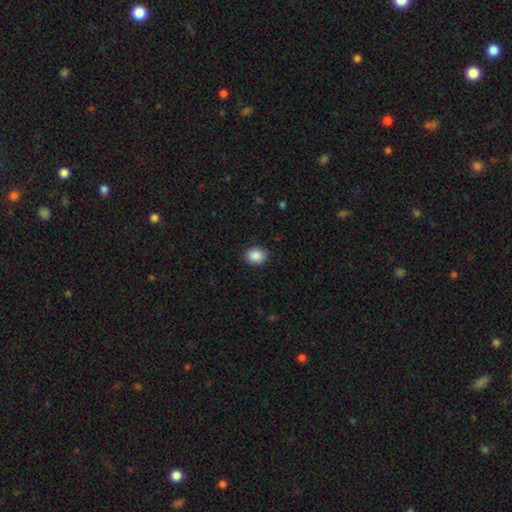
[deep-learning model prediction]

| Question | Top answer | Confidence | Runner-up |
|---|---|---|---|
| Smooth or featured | smooth | 89% | star or artifact (8%) |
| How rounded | in between | 51% | round (48%) |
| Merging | none | 89% | minor disturbance (8%) |